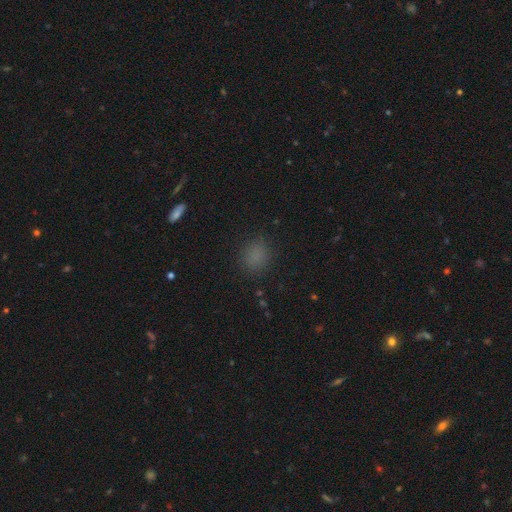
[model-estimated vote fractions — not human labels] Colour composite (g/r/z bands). It shows a smooth galaxy with no disk features (79%) that is round (69%). Merging: none (84%).